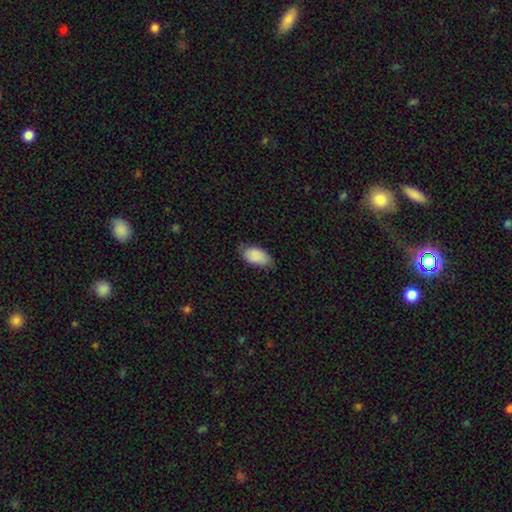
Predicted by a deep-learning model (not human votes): This is clearly a smooth galaxy (87%). How rounded: clearly in between (94%). Merging: likely none (68%).